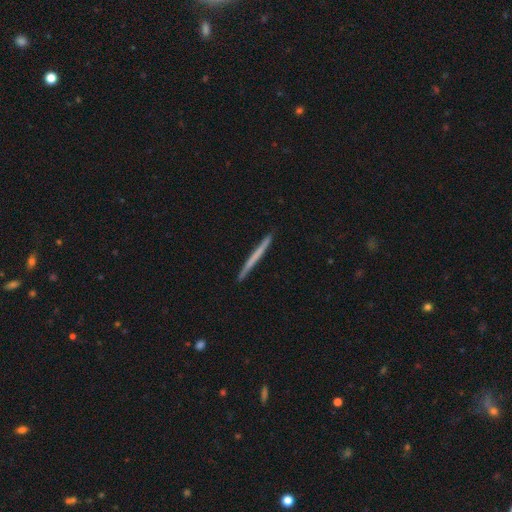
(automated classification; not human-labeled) This is possibly a smooth galaxy (50%). Merging: clearly none (92%).